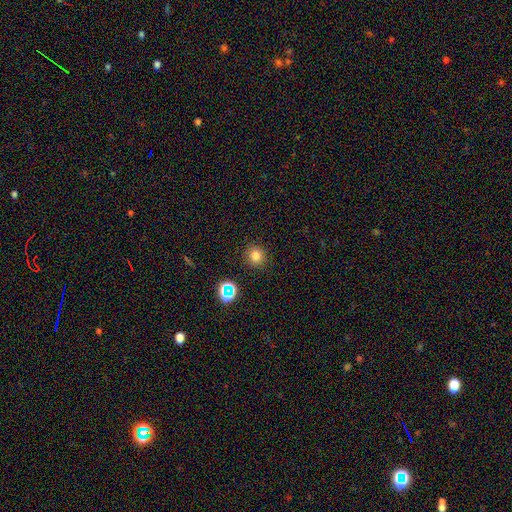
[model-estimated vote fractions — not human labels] Smooth or featured: smooth — 78% (star or artifact — 16%)
How rounded: round — 88% (in between — 11%)
Merging: none — 89% (minor disturbance — 7%)